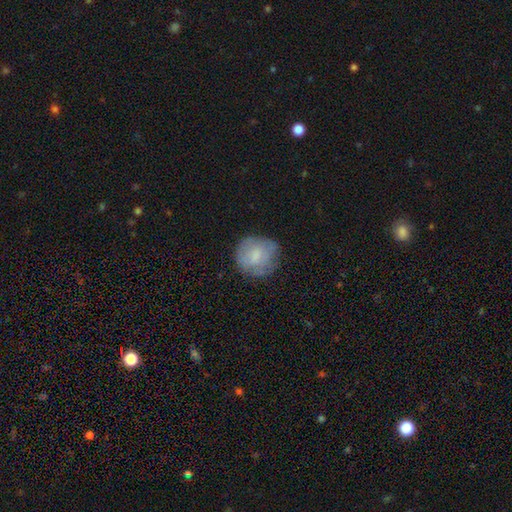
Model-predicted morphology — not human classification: Q: Smooth or featured?
A: smooth (68%); runner-up: featured or disk (25%)
Q: How rounded?
A: round (86%); runner-up: in between (13%)
Q: Merging?
A: none (69%); runner-up: minor disturbance (22%)